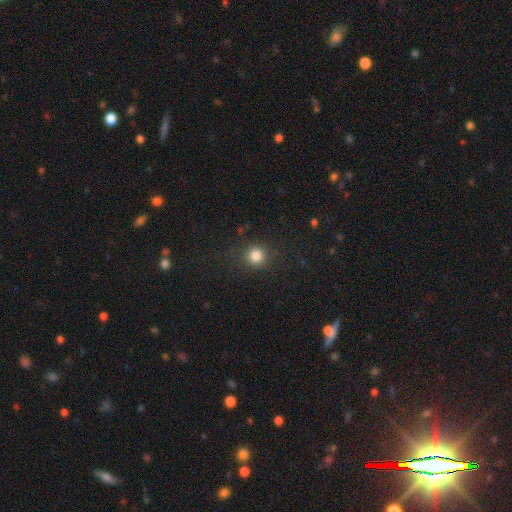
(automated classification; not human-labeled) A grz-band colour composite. It shows a smooth galaxy with no disk features (82%) that is round (91%). Merging: none (86%).